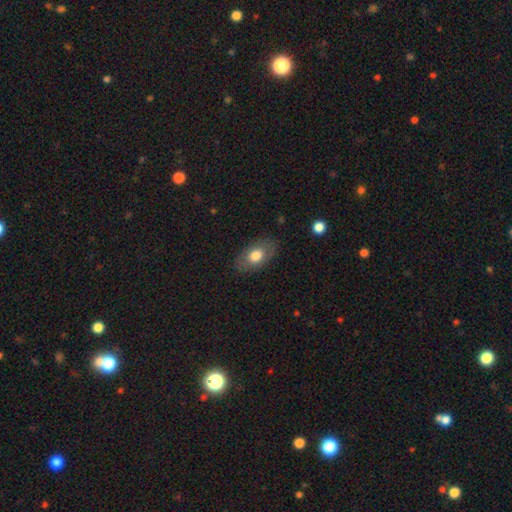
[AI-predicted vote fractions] This is likely a smooth galaxy (71%). How rounded: clearly in between (89%). Merging: clearly none (82%).